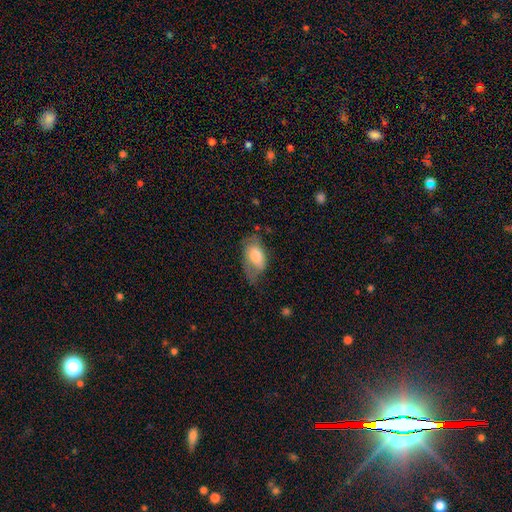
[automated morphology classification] This appears to be a smooth galaxy with no disk features (73%) that is in between round and cigar-shaped (93%). Merging: none (37%, tied with minor disturbance).